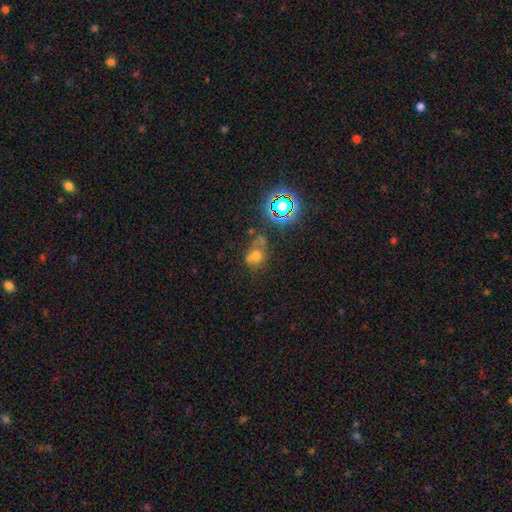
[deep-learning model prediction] Smooth or featured? Predicted: smooth (p=0.51). How rounded? Predicted: round (p=0.64). Merging? Predicted: none (p=0.40).